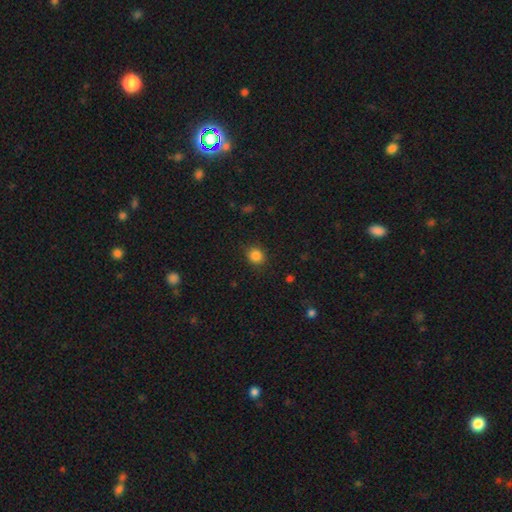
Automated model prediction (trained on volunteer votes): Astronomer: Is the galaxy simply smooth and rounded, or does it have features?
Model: smooth — 85%.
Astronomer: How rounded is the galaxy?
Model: round — 83%.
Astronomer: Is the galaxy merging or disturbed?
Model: none — 87%.